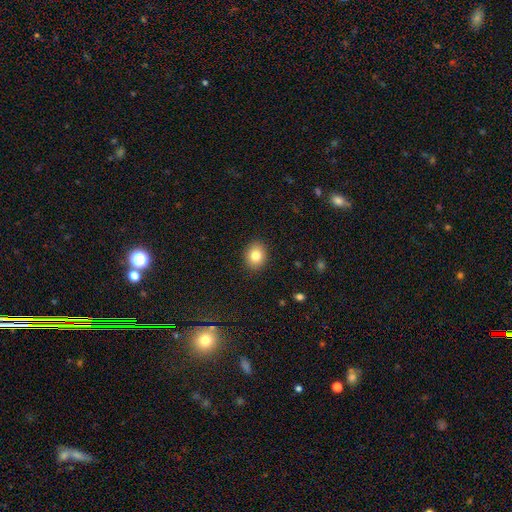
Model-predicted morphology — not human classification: Smooth or featured?
  - smooth: 82% *
  - star or artifact: 10%
  - featured or disk: 8%
How rounded?
  - round: 55% *
  - in between: 45%
  - cigar-shaped: 1%
Merging?
  - none: 90% *
  - minor disturbance: 7%
  - major disturbance: 2%
  - merger: 1%